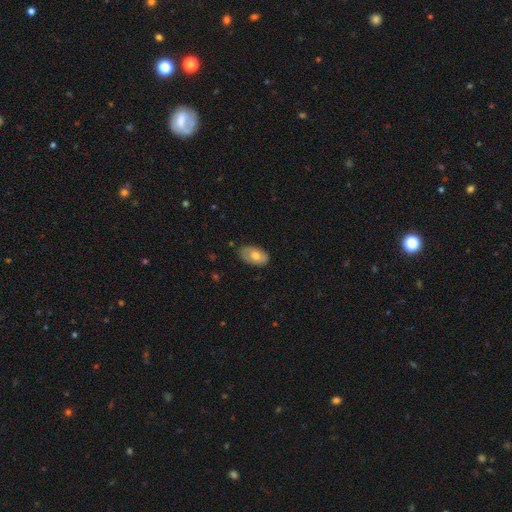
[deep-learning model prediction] Q: Smooth or featured?
A: smooth (65%); runner-up: featured or disk (29%)
Q: How rounded?
A: in between (93%); runner-up: round (5%)
Q: Merging?
A: none (75%); runner-up: minor disturbance (20%)